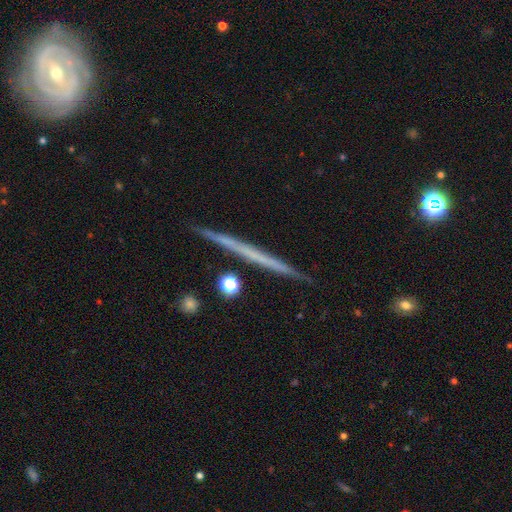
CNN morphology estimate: Smooth or featured? featured or disk (59%)
Edge-on disk? yes (98%)
Edge-on bulge? none (93%)
Merging? none (90%)